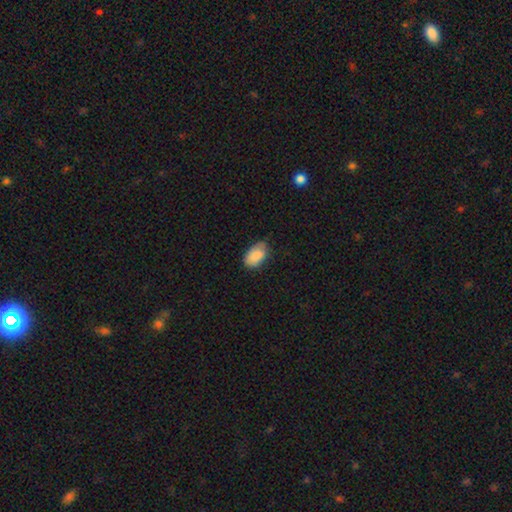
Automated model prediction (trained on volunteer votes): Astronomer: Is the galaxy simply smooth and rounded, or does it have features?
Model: smooth — 87%.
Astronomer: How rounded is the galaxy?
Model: in between — 92%.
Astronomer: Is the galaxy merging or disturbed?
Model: none — 68%.